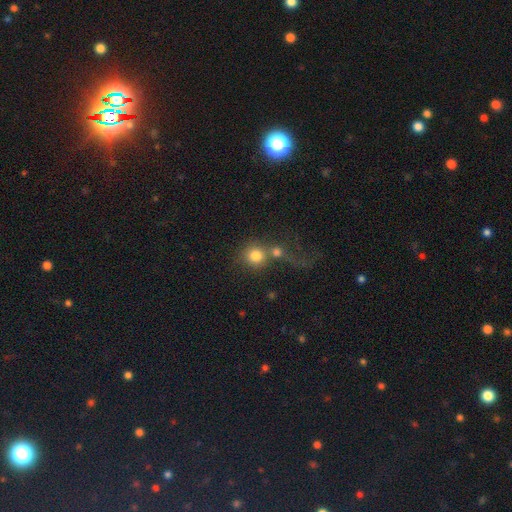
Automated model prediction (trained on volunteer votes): Smooth or featured? Predicted: smooth (p=0.78). How rounded? Predicted: round (p=0.89). Merging? Predicted: merger (p=0.46).